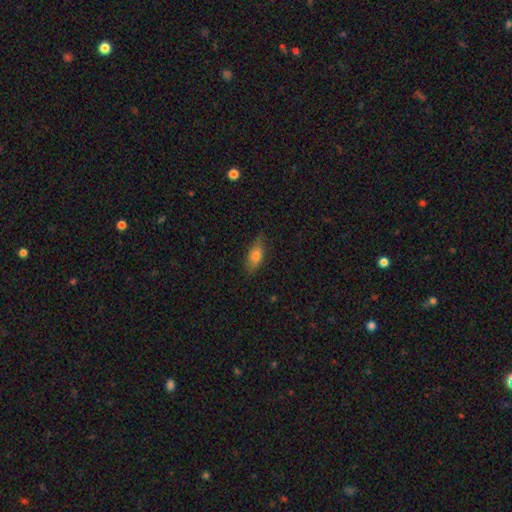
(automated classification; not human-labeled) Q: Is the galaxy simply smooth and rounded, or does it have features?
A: smooth — 69%.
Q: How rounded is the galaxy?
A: in between — 73%.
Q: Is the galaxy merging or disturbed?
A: none — 77%.